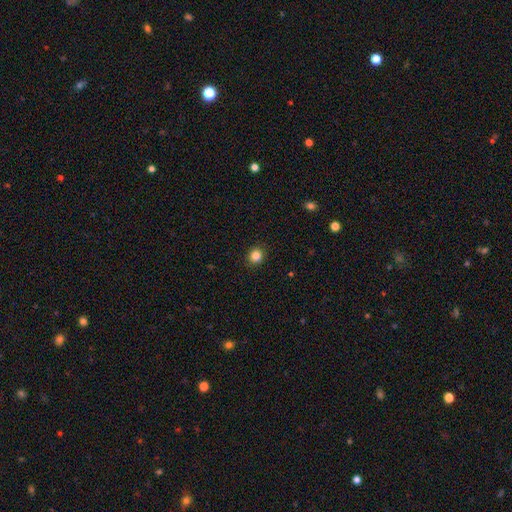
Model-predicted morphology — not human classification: Smooth or featured? Predicted: smooth (p=0.84). How rounded? Predicted: round (p=0.89). Merging? Predicted: none (p=0.92).